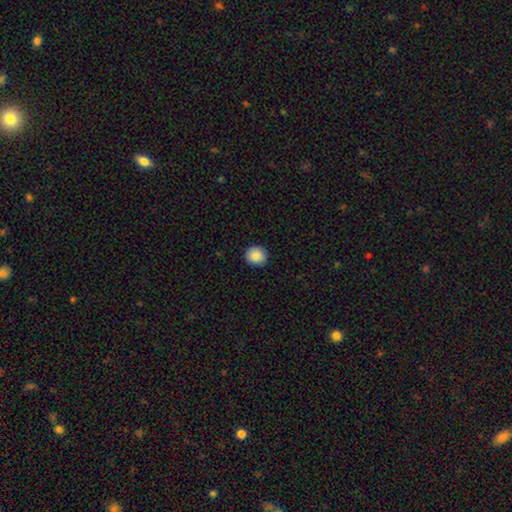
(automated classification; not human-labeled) Smooth or featured? Predicted: smooth (p=0.89). How rounded? Predicted: round (p=0.86). Merging? Predicted: none (p=0.91).